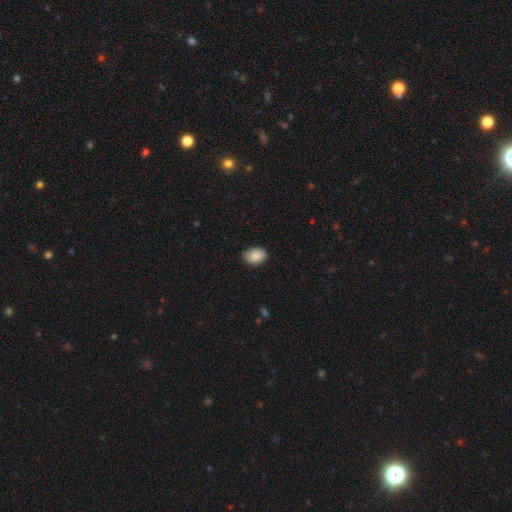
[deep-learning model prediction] Overall: smooth (87%). How rounded: in between (81%). Merging: none (84%).